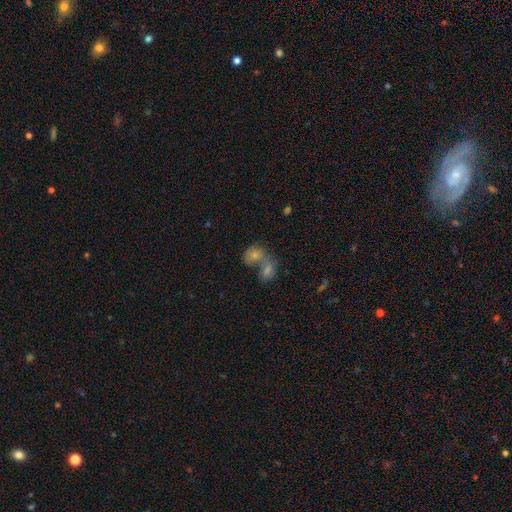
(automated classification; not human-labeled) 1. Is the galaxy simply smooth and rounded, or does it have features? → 69% smooth, 21% featured or disk, 11% star or artifact.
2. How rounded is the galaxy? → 57% in between, 41% round, 2% cigar-shaped.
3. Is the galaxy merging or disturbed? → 68% merger, 20% none, 7% minor disturbance, 5% major disturbance.